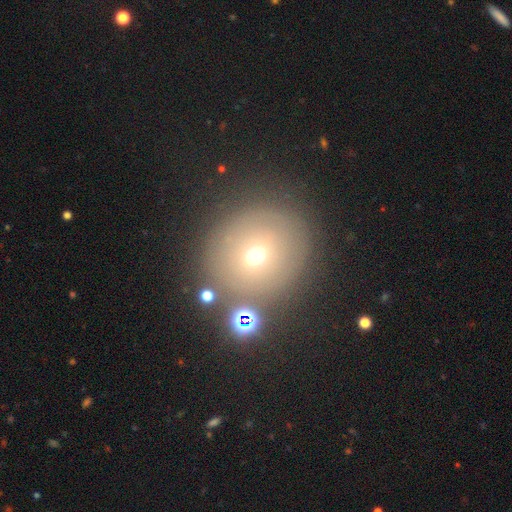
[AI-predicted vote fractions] A smooth galaxy with no disk features (62%) that is round (86%).

Vote fractions:
- Smooth or featured? smooth: 62% / star or artifact: 21% / featured or disk: 17%
- How rounded? round: 86% / in between: 13% / cigar-shaped: 1%
- Merging? none: 76% / minor disturbance: 10% / merger: 7% / major disturbance: 6%